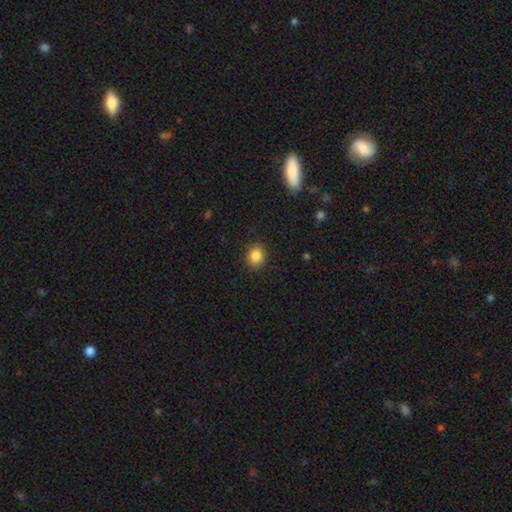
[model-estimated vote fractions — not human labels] Morphology: type=smooth (86%); roundness=round (73%); merging=none (90%).